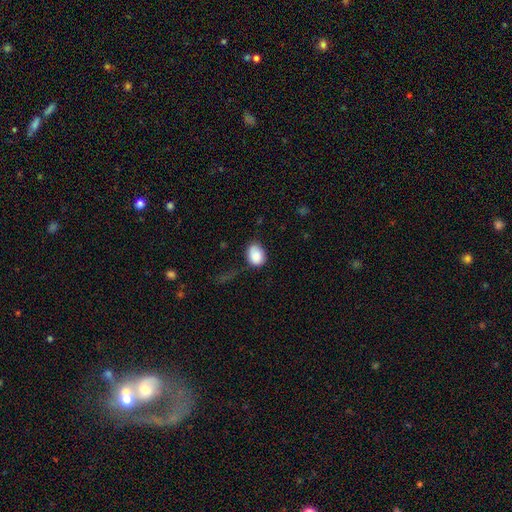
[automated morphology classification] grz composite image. It shows a smooth galaxy with no disk features (87%) that is in between round and cigar-shaped (63%). Merging: none (59%).